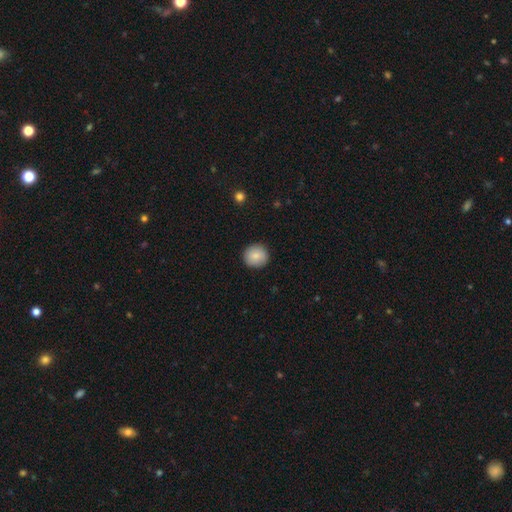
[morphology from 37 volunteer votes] Smooth or featured?
  - smooth: 95% *
  - featured or disk: 3%
  - star or artifact: 3%
How rounded?
  - round: 94% *
  - in between: 6%
  - cigar-shaped: 0%
Merging?
  - none: 94% *
  - minor disturbance: 3%
  - major disturbance: 3%
  - merger: 0%